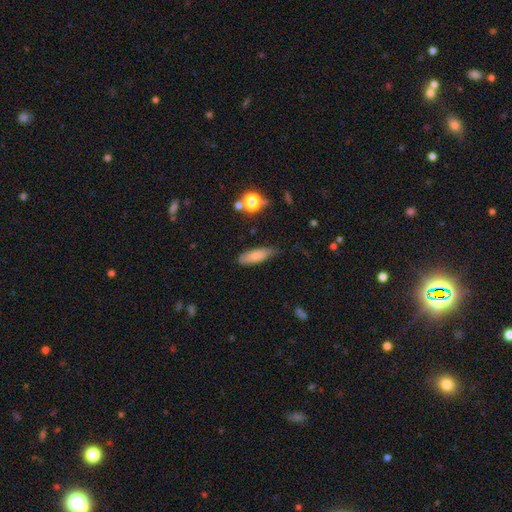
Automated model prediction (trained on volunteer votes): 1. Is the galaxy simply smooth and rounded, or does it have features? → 79% smooth, 13% featured or disk, 8% star or artifact.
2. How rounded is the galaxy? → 59% in between, 39% cigar-shaped, 2% round.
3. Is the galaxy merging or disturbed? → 70% none, 24% minor disturbance, 5% major disturbance, 2% merger.